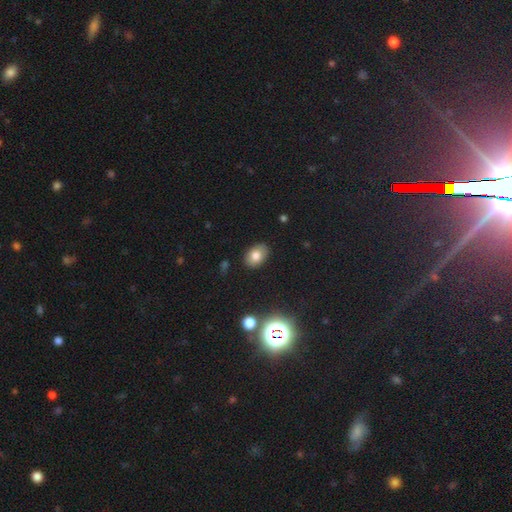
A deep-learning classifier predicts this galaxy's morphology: smooth-or-featured: smooth: 77% | featured or disk: 13% | star or artifact: 11%
  how-rounded: in between: 82% | round: 17% | cigar-shaped: 1%
  merging: none: 86% | minor disturbance: 10% | major disturbance: 2% | merger: 1%